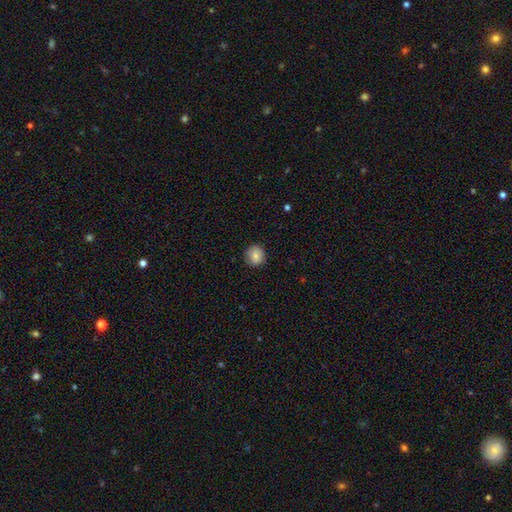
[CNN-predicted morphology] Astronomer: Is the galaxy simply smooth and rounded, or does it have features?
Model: smooth — 80%.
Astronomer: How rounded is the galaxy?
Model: round — 93%.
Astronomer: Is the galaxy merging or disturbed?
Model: none — 88%.